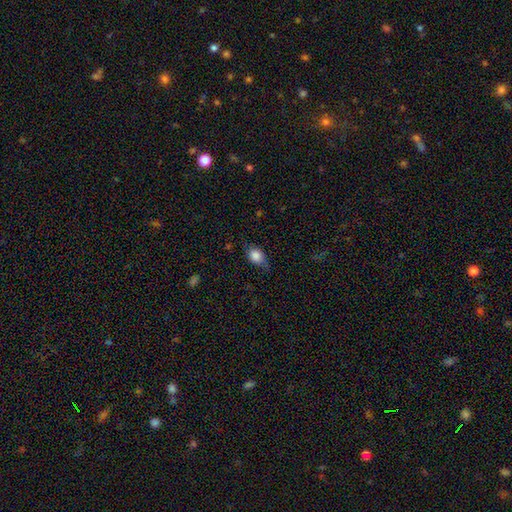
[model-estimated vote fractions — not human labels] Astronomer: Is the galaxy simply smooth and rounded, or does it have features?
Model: smooth — 81%.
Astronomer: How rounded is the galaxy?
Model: in between — 59% (runner-up: round, 39%).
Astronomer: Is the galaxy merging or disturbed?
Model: none — 52% (runner-up: minor disturbance, 35%).